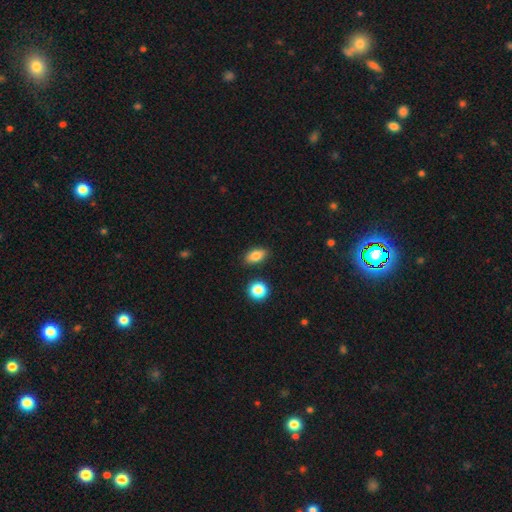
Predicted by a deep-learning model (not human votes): Smooth or featured? Predicted: smooth (p=0.83). How rounded? Predicted: in between (p=0.86). Merging? Predicted: none (p=0.86).